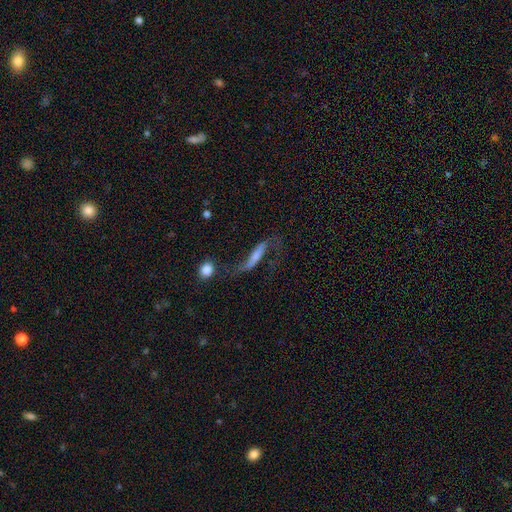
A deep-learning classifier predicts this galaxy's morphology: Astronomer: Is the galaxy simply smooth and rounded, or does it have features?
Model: featured or disk — 52% (runner-up: smooth, 40%).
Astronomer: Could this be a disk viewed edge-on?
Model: no — 63%.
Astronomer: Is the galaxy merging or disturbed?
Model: none — 39% (runner-up: major disturbance, 30%).